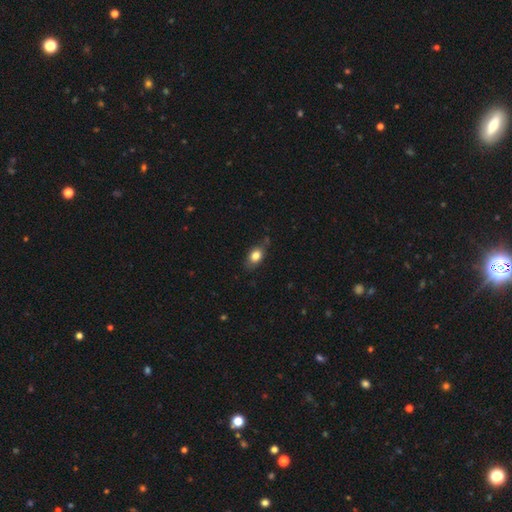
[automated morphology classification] smooth_or_featured: smooth (p=0.80) [alt: featured or disk p=0.12]
how_rounded: in between (p=0.79) [alt: round p=0.18]
merging: none (p=0.71) [alt: minor disturbance p=0.22]